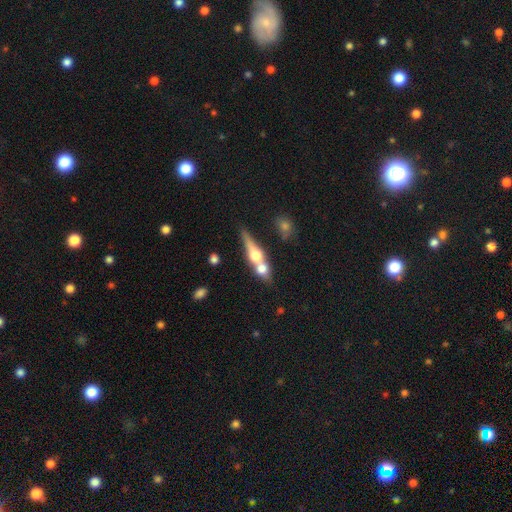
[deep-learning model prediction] Smooth or featured: featured or disk — 48% (smooth — 44%)
Merging: merger — 55% (none — 31%)